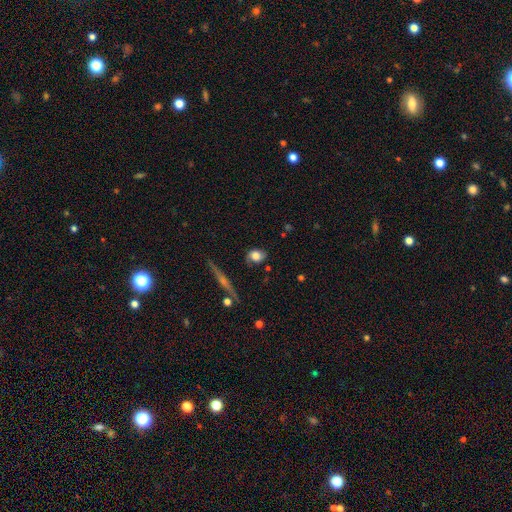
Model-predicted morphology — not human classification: smooth-or-featured: smooth: 68% | featured or disk: 24% | star or artifact: 8%
  how-rounded: in between: 51% | round: 45% | cigar-shaped: 3%
  merging: none: 68% | minor disturbance: 22% | major disturbance: 7% | merger: 3%